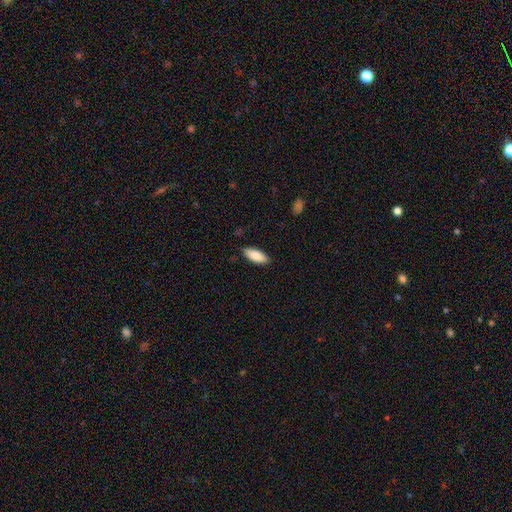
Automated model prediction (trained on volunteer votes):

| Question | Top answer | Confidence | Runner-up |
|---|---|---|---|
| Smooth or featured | smooth | 86% | featured or disk (8%) |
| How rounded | in between | 79% | cigar-shaped (20%) |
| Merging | none | 86% | minor disturbance (11%) |